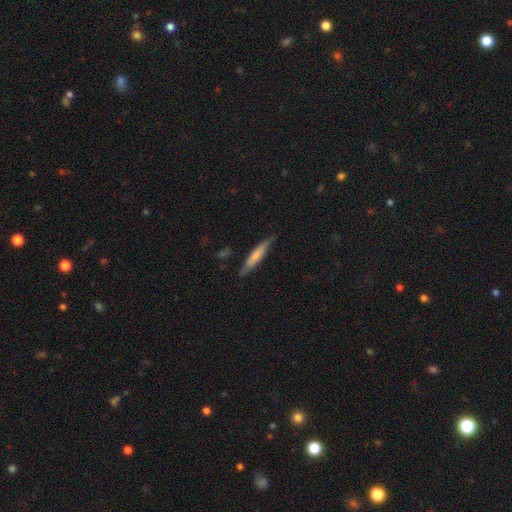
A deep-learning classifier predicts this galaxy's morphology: A smooth galaxy with no disk features (63%) that is cigar-shaped (90%).

Vote fractions:
- Smooth or featured? smooth: 63% / featured or disk: 31% / star or artifact: 5%
- How rounded? cigar-shaped: 90% / in between: 9% / round: 1%
- Merging? none: 81% / minor disturbance: 15% / major disturbance: 2% / merger: 1%